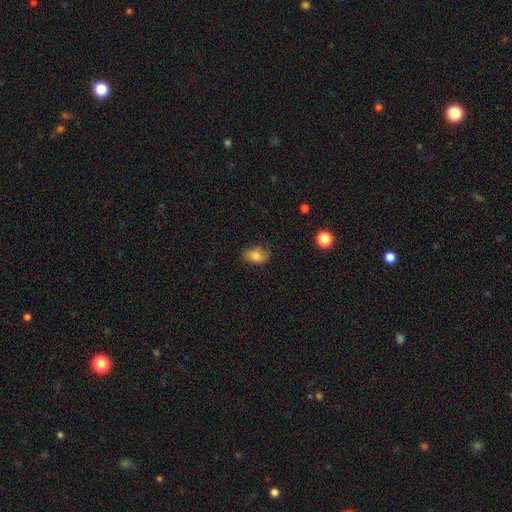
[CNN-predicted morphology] Smooth or featured?
  - smooth: 81% *
  - star or artifact: 9%
  - featured or disk: 9%
How rounded?
  - in between: 86% *
  - round: 12%
  - cigar-shaped: 2%
Merging?
  - none: 75% *
  - minor disturbance: 20%
  - major disturbance: 4%
  - merger: 1%